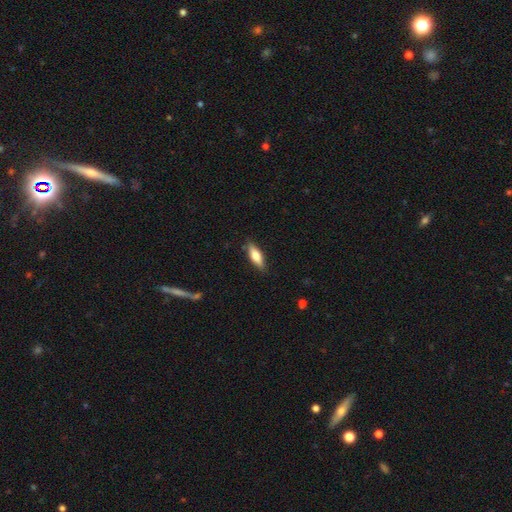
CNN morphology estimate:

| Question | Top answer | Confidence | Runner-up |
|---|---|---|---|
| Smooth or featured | smooth | 71% | featured or disk (23%) |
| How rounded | in between | 57% | cigar-shaped (41%) |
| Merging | none | 86% | minor disturbance (11%) |